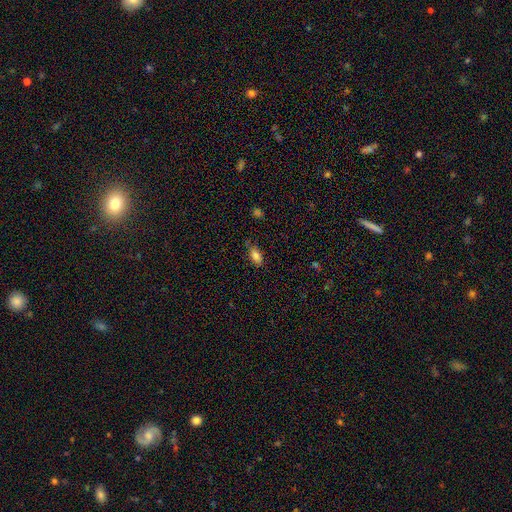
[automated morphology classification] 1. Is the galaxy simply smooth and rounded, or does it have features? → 84% smooth, 9% star or artifact, 7% featured or disk.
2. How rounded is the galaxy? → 88% in between, 7% cigar-shaped, 6% round.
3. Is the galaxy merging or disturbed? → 73% none, 20% minor disturbance, 4% major disturbance, 2% merger.